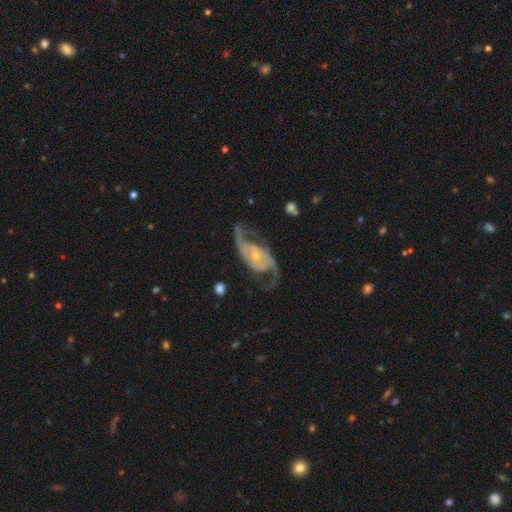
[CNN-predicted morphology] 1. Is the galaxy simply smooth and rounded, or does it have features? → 89% featured or disk, 5% smooth, 5% star or artifact.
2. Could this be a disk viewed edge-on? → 96% no, 4% yes.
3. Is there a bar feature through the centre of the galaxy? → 63% no, 26% weak, 11% strong.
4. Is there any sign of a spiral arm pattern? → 97% yes, 3% no.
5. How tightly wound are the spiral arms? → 54% loose, 36% medium, 10% tight.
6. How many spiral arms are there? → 92% 2, 3% can't tell, 2% 1, 2% 3, 1% 4, 1% more than 4.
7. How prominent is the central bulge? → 66% small, 29% moderate, 2% large, 2% none, 1% dominant.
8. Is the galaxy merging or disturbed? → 68% none, 17% minor disturbance, 13% major disturbance, 2% merger.